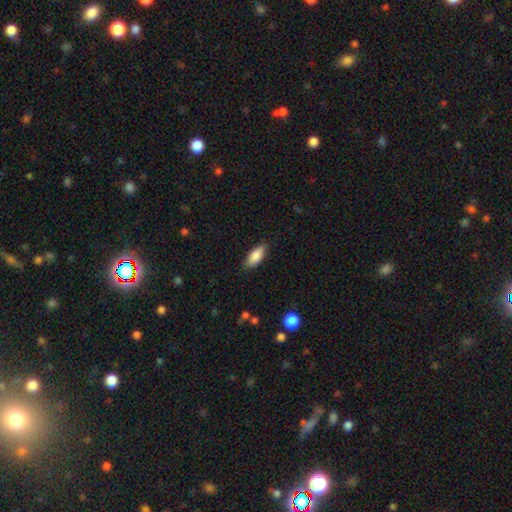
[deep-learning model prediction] Q: Smooth or featured?
A: smooth (84%); runner-up: featured or disk (10%)
Q: How rounded?
A: in between (83%); runner-up: cigar-shaped (15%)
Q: Merging?
A: none (83%); runner-up: minor disturbance (13%)